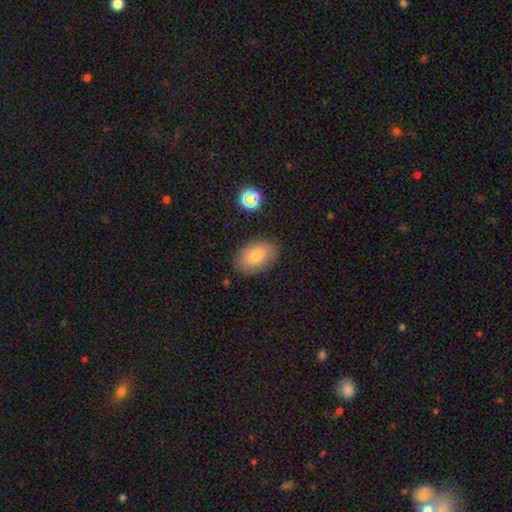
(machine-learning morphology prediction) Smooth or featured? Predicted: smooth (p=0.78). How rounded? Predicted: in between (p=0.90). Merging? Predicted: none (p=0.84).